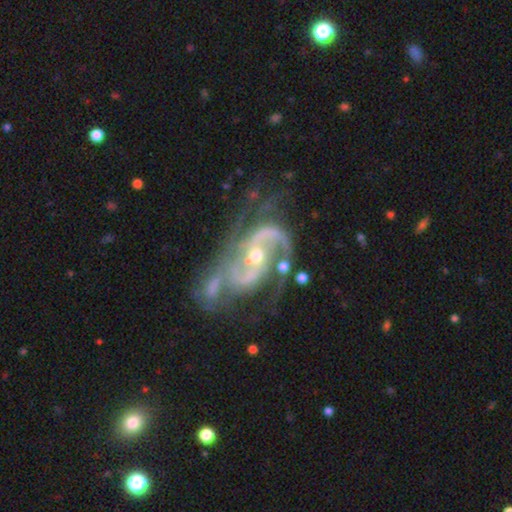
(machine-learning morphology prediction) Smooth or featured: featured or disk — 92% (star or artifact — 5%)
Edge-on disk: no — 97% (yes — 3%)
Bar: no — 48% (weak — 34%)
Spiral arms: yes — 98% (no — 2%)
Spiral winding: medium — 53% (loose — 24%)
Spiral arm count: 2 — 77% (3 — 9%)
Bulge size: moderate — 50% (small — 46%)
Merging: none — 40% (minor disturbance — 22%)